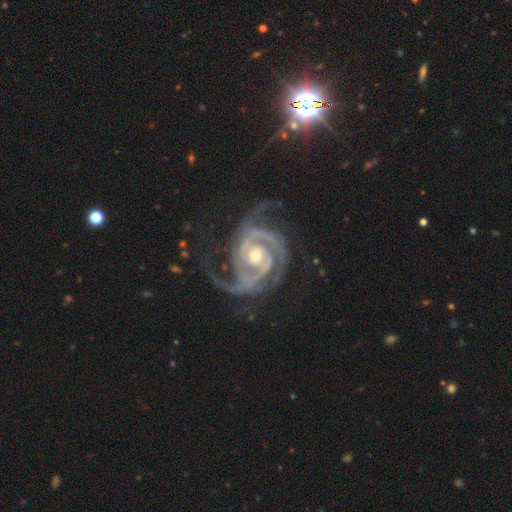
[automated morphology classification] A featured or disk galaxy (93%) with no bar (54%), 2 (44%) tight (59%) spiral arms (99%) and a moderate central bulge (63%). Merging: none (60%).